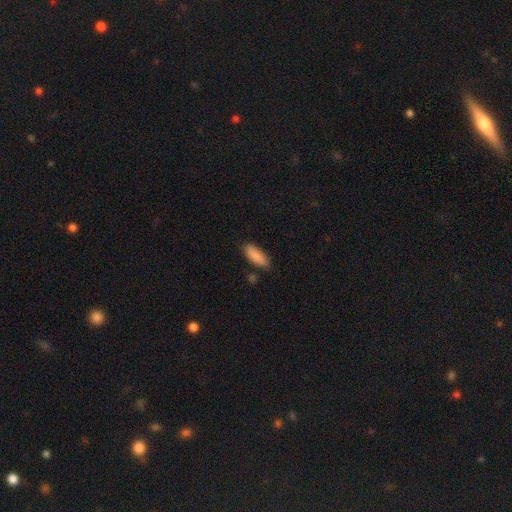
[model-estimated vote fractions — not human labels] Smooth or featured? smooth (88%)
How rounded? in between (68%)
Merging? none (80%)